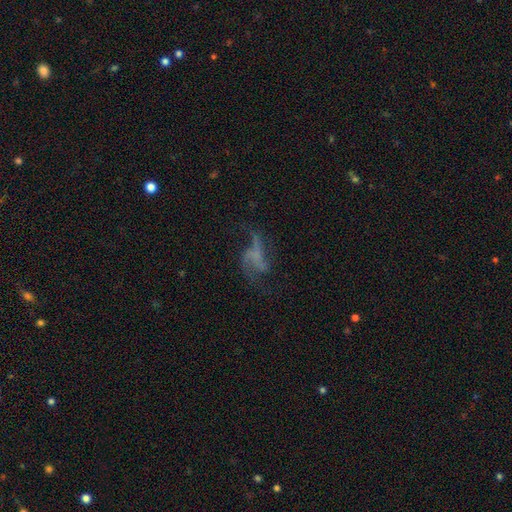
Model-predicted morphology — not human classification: smooth-or-featured: featured or disk: 68% | smooth: 17% | star or artifact: 15%
  disk-edge-on: no: 96% | yes: 4%
    bar: no: 63% | weak: 26% | strong: 11%
    has-spiral-arms: yes: 77% | no: 23%
      spiral-winding: loose: 80% | medium: 16% | tight: 4%
      spiral-arm-count: 2: 48% | 3: 21% | can't tell: 12% | 1: 9% | 4: 6% | more than 4: 4%
    bulge-size: none: 75% | small: 16% | moderate: 5% | large: 2% | dominant: 2%
  merging: none: 43% | major disturbance: 37% | minor disturbance: 16% | merger: 4%